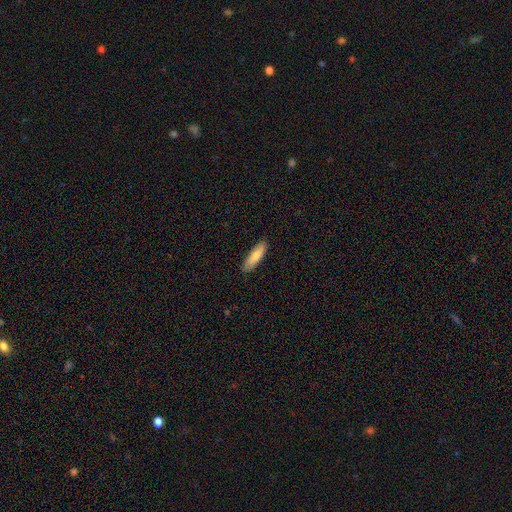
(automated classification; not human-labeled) smooth 81%, featured or disk 13%, star or artifact 5%. Down the decision tree: how rounded — cigar-shaped (58%); merging — none (88%).